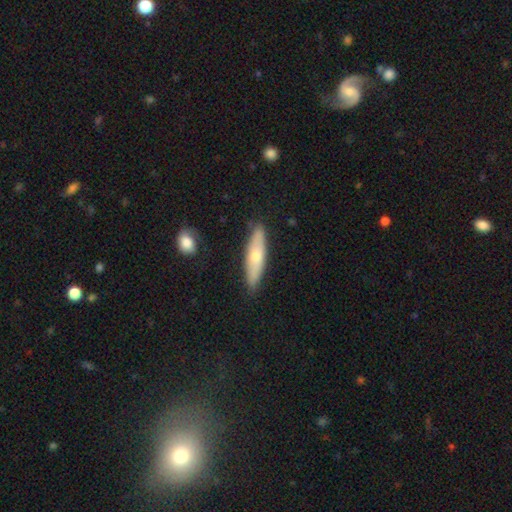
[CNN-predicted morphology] smooth_or_featured: smooth (p=0.57) [alt: featured or disk p=0.37]
how_rounded: cigar-shaped (p=0.70) [alt: in between p=0.28]
merging: none (p=0.85) [alt: minor disturbance p=0.11]